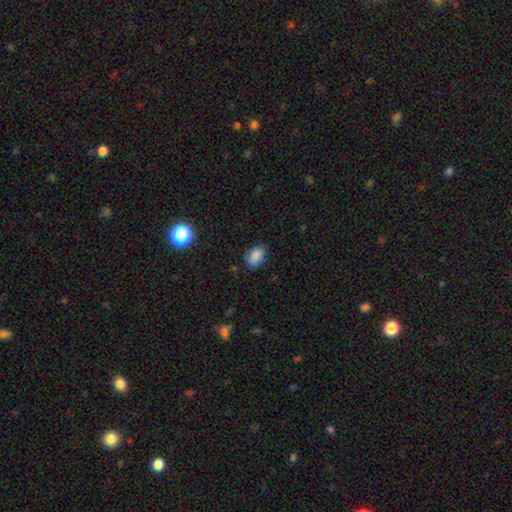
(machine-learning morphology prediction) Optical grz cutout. It shows a smooth galaxy with no disk features (86%) that is in between round and cigar-shaped (86%). Merging: none (80%).